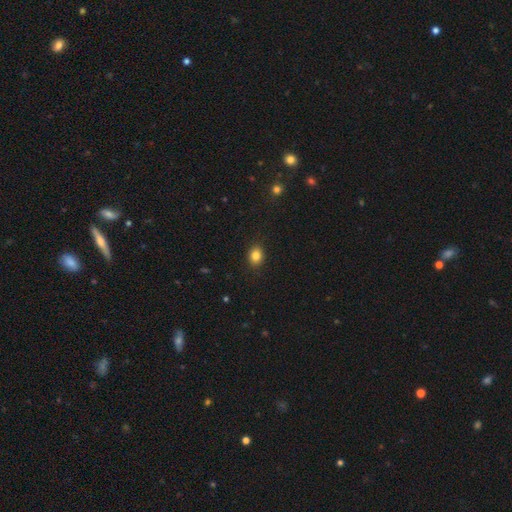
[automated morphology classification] Q: Smooth or featured?
A: smooth (83%); runner-up: star or artifact (11%)
Q: How rounded?
A: in between (51%); runner-up: round (48%)
Q: Merging?
A: none (89%); runner-up: minor disturbance (8%)